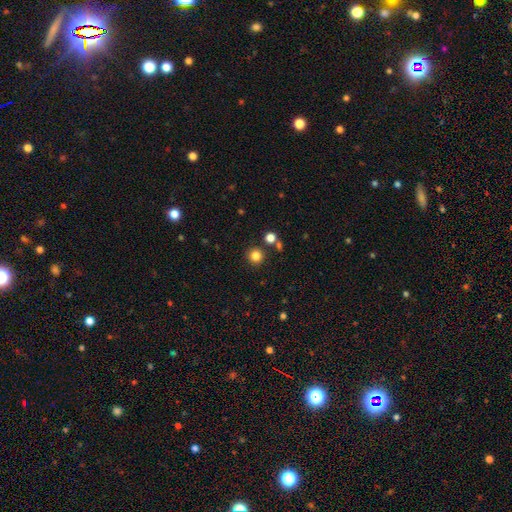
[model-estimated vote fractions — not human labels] Overall: smooth (83%). How rounded: round (95%). Merging: none (85%).